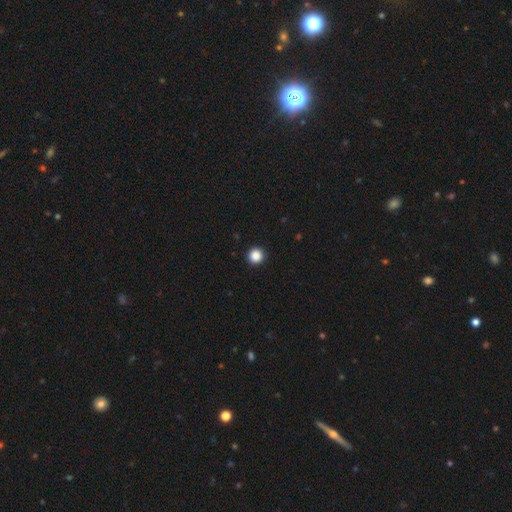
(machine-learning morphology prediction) Smooth or featured? smooth (87%)
How rounded? round (96%)
Merging? none (94%)